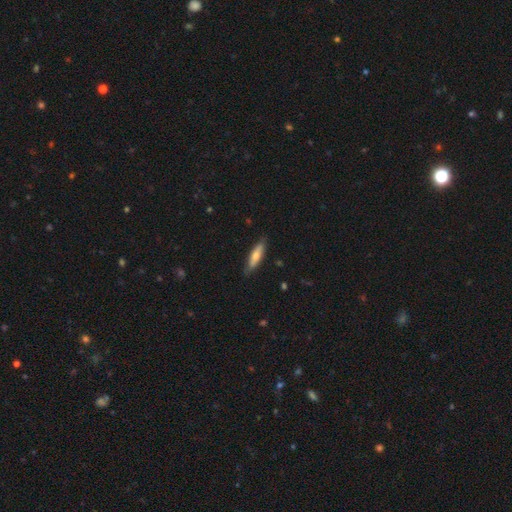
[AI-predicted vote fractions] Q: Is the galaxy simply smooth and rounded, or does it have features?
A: smooth — 61%.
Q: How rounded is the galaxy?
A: cigar-shaped — 68%.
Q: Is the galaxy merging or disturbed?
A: none — 81%.